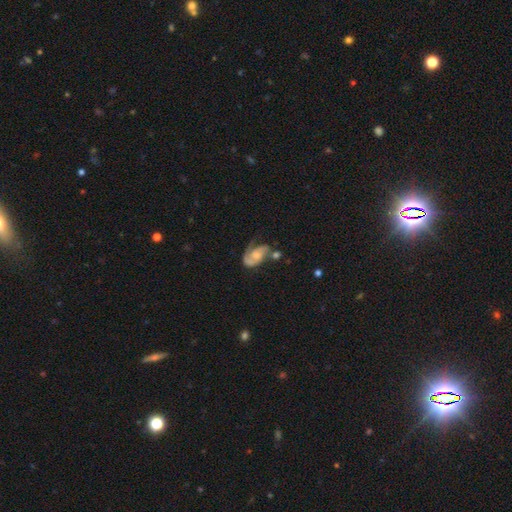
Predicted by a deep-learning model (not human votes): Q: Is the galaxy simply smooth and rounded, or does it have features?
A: featured or disk — 72%.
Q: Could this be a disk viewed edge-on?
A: no — 97%.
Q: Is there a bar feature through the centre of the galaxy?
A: no — 65%.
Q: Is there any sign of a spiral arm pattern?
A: yes — 90%.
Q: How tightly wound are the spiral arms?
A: medium — 43%.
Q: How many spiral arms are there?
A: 2 — 57%.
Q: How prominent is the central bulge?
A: small — 41%.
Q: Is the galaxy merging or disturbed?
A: none — 36%.